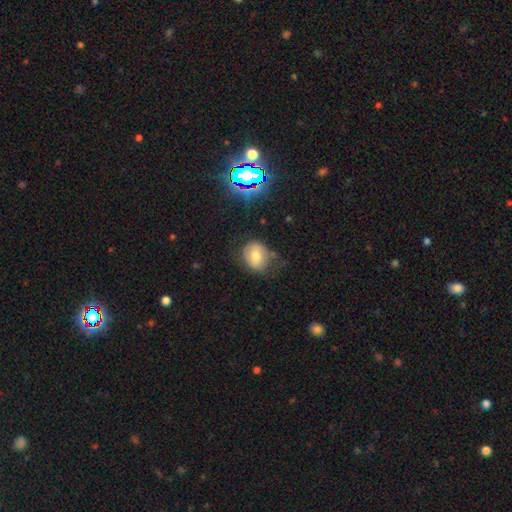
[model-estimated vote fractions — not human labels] Morphology: type=smooth (67%); roundness=round (58%); merging=none (60%).